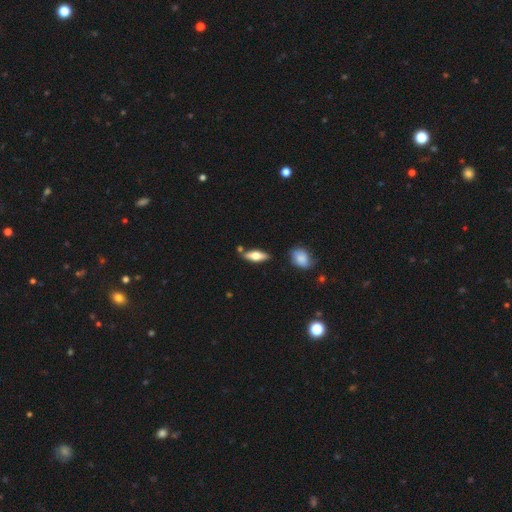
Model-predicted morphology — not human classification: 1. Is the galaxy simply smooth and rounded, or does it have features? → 54% smooth, 40% featured or disk, 6% star or artifact.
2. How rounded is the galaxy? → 61% in between, 36% cigar-shaped, 3% round.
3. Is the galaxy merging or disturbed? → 78% none, 12% minor disturbance, 6% merger, 3% major disturbance.